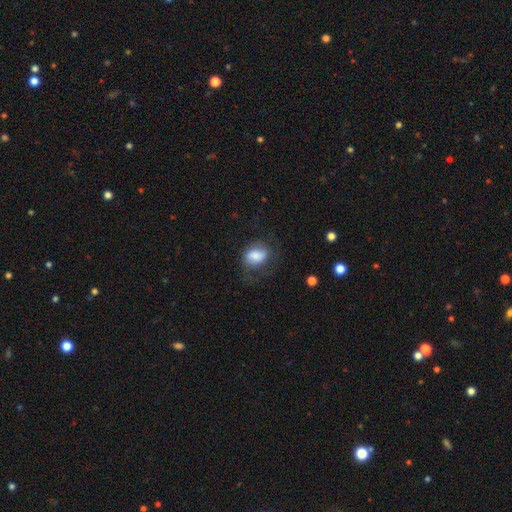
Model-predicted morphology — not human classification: The model was most divided on "merging": none: 50%, minor disturbance: 24%, major disturbance: 24%, merger: 2%. More confident: how rounded — in between (74%); smooth or featured — smooth (73%).